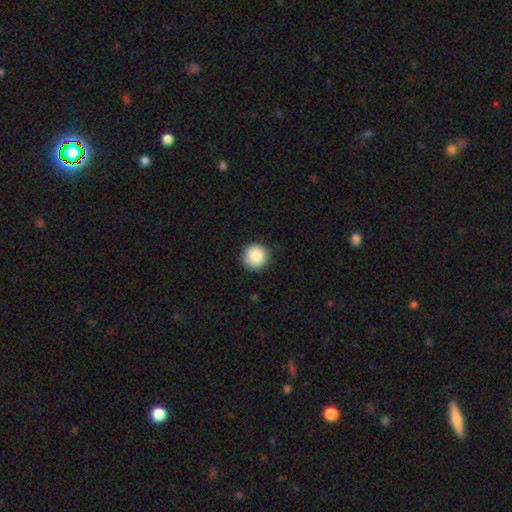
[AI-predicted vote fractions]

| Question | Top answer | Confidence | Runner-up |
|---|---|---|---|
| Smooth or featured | smooth | 86% | star or artifact (8%) |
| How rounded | round | 95% | in between (4%) |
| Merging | none | 89% | minor disturbance (9%) |